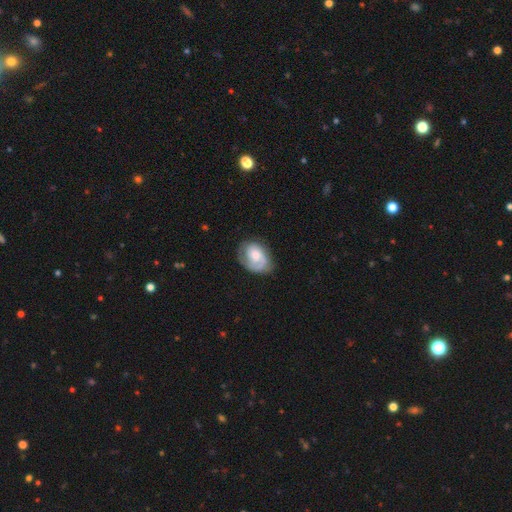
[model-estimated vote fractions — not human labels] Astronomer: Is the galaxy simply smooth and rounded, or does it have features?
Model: featured or disk — 61%.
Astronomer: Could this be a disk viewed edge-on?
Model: no — 97%.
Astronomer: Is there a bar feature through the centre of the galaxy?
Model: no — 75%.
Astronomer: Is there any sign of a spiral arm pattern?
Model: yes — 83%.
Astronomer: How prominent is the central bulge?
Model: moderate — 49% (runner-up: small, 41%).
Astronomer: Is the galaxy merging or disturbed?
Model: none — 61%.